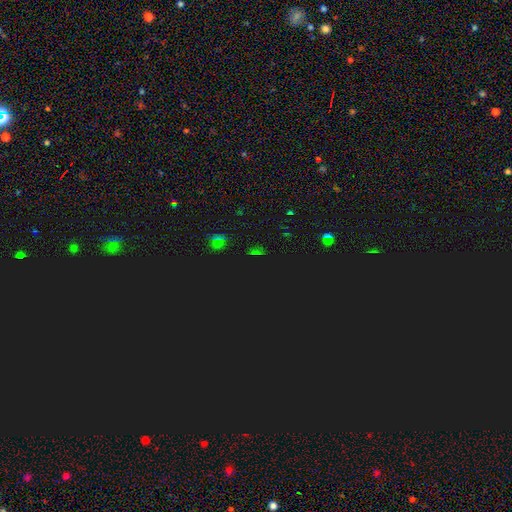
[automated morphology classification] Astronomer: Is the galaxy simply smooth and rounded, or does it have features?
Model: star or artifact — 74%.